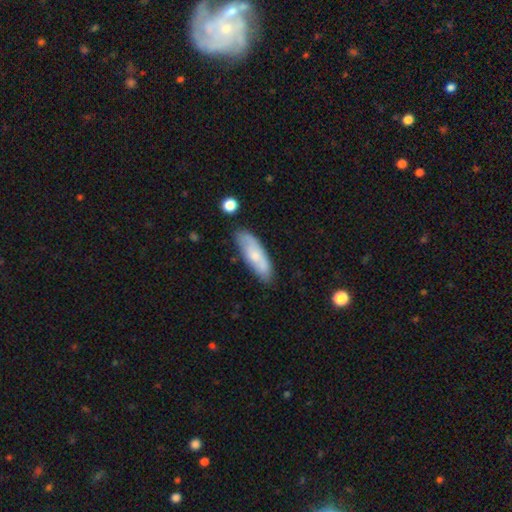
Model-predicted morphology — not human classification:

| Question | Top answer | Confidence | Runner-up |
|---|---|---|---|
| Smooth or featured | smooth | 63% | featured or disk (30%) |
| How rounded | in between | 57% | cigar-shaped (41%) |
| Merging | none | 73% | minor disturbance (19%) |